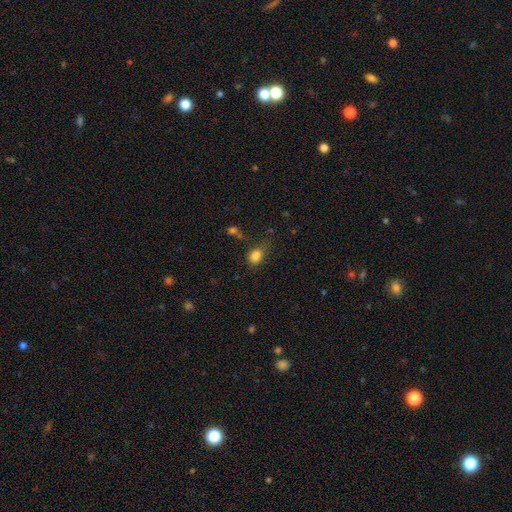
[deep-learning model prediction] Smooth or featured? Predicted: smooth (p=0.82). How rounded? Predicted: in between (p=0.69). Merging? Predicted: none (p=0.50).